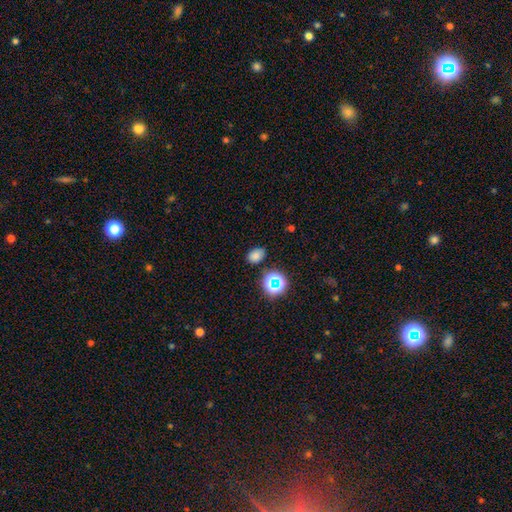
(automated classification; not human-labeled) Smooth or featured: smooth — 75% (star or artifact — 18%)
How rounded: in between — 74% (round — 25%)
Merging: none — 83% (minor disturbance — 12%)